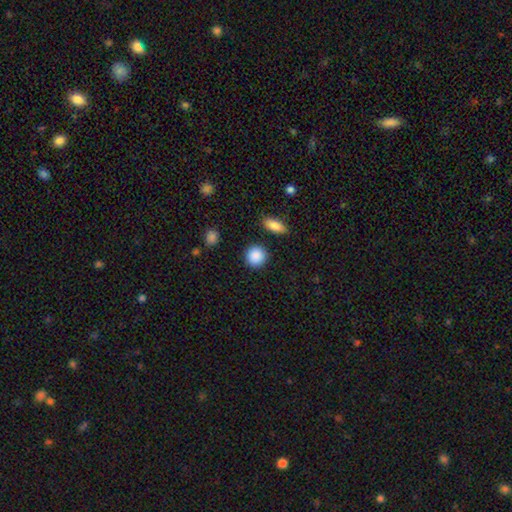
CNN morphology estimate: Smooth or featured: smooth — 89% (star or artifact — 8%)
How rounded: round — 90% (in between — 9%)
Merging: none — 89% (minor disturbance — 6%)